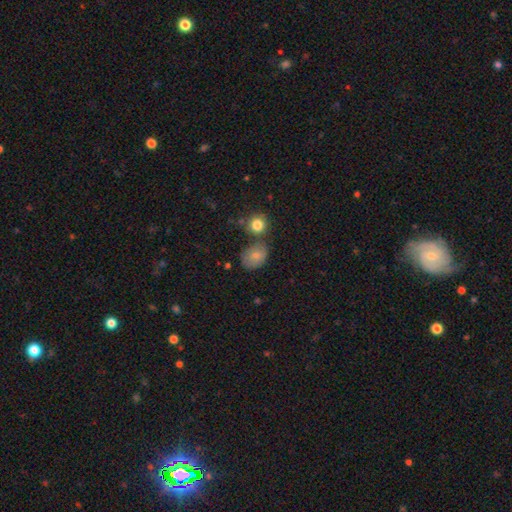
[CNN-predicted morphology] A smooth galaxy with no disk features (77%) that is in between round and cigar-shaped (55%). Merging: none (54%).